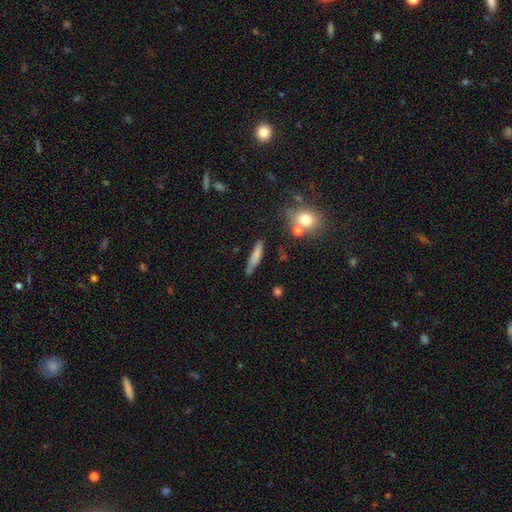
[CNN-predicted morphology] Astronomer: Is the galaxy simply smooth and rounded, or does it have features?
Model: smooth — 73%.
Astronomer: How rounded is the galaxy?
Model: cigar-shaped — 84%.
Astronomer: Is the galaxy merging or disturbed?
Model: none — 74%.